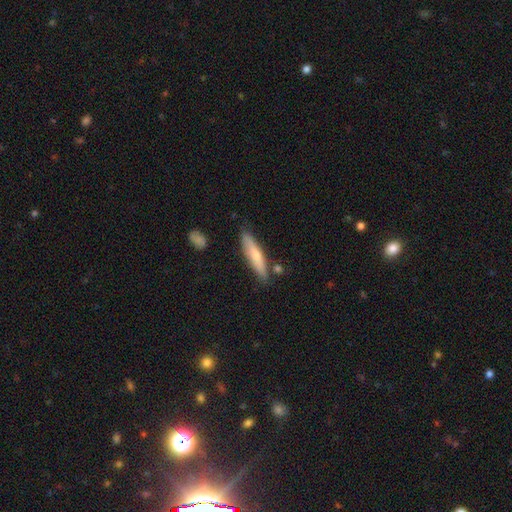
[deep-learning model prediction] This appears to be a smooth galaxy with no disk features (64%) that is cigar-shaped (79%). Merging: none (78%).